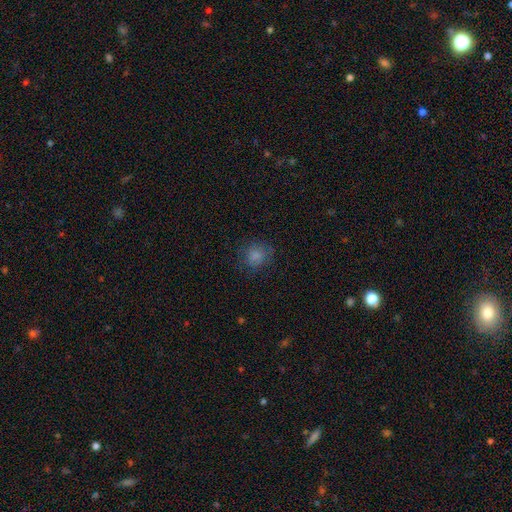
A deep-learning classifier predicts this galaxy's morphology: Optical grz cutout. It shows a smooth galaxy with no disk features (79%) that is round (80%). Merging: none (75%).